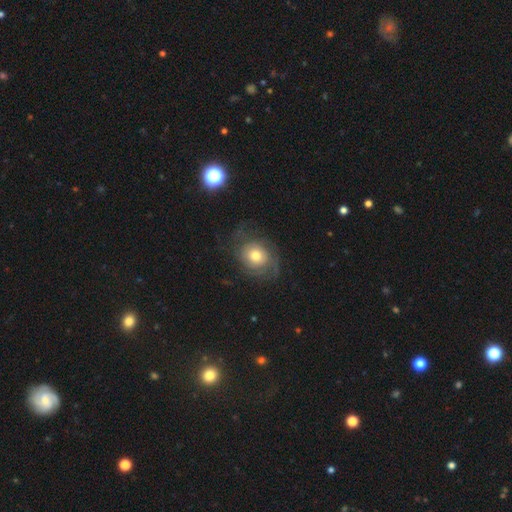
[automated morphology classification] Smooth or featured: featured or disk — 50% (smooth — 41%)
Edge-on disk: no — 96% (yes — 4%)
Merging: none — 59% (minor disturbance — 20%)